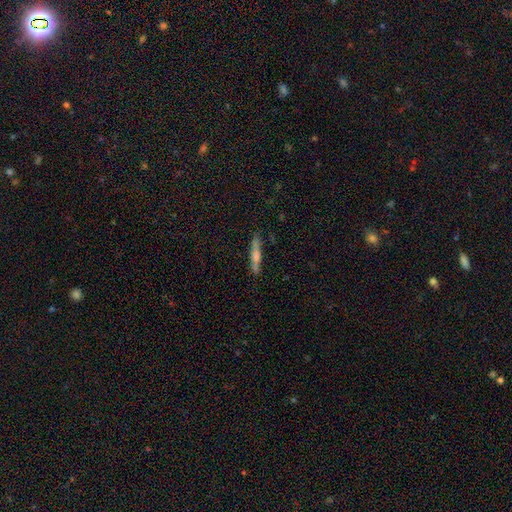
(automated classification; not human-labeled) A smooth galaxy with no disk features (57%) that is cigar-shaped (92%). Merging: none (85%).